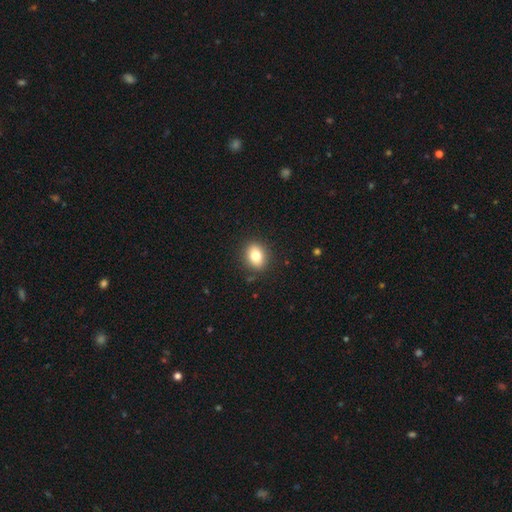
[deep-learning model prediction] smooth_or_featured: smooth (p=0.80) [alt: featured or disk p=0.11]
how_rounded: in between (p=0.63) [alt: round p=0.36]
merging: none (p=0.88) [alt: minor disturbance p=0.09]